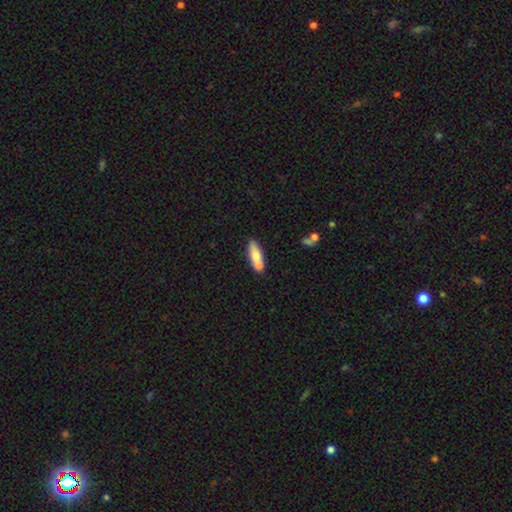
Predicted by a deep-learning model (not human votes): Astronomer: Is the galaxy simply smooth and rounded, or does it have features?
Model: smooth — 71%.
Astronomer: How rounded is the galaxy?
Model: in between — 54% (runner-up: cigar-shaped, 44%).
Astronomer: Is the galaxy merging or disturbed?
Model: none — 55%.